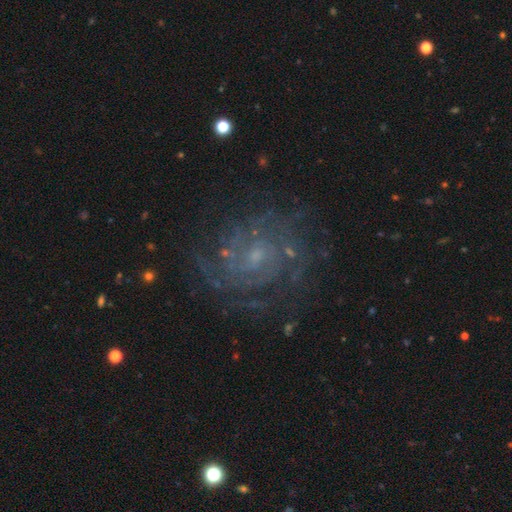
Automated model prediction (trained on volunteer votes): Q: Smooth or featured?
A: featured or disk (80%); runner-up: star or artifact (13%)
Q: Edge-on disk?
A: no (98%); runner-up: yes (2%)
Q: Bar?
A: no (60%); runner-up: weak (34%)
Q: Spiral arms?
A: yes (93%); runner-up: no (7%)
Q: Spiral winding?
A: tight (62%); runner-up: medium (30%)
Q: Spiral arm count?
A: can't tell (41%); runner-up: 2 (16%)
Q: Bulge size?
A: small (69%); runner-up: moderate (19%)
Q: Merging?
A: none (77%); runner-up: minor disturbance (14%)